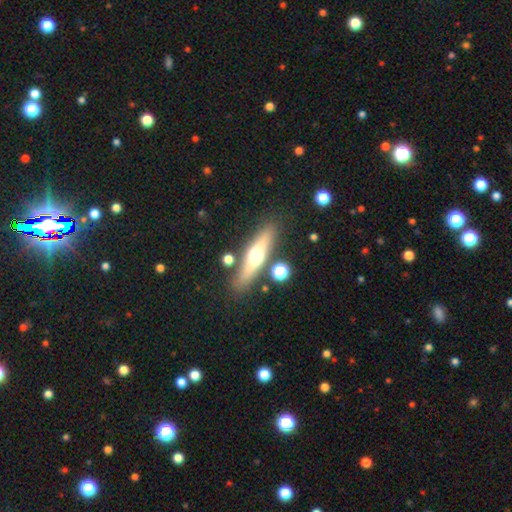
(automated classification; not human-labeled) This appears to be a featured or disk galaxy (52%) viewed edge-on (88%). Merging: none (82%).